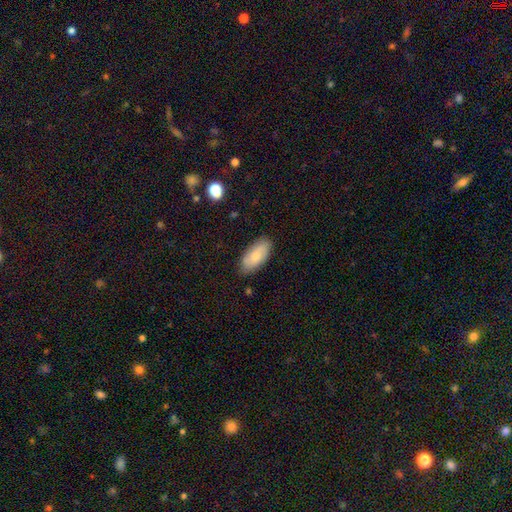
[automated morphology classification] The model was most divided on "smooth or featured": smooth: 68%, featured or disk: 26%, star or artifact: 6%. More confident: how rounded — in between (90%); merging — none (83%).